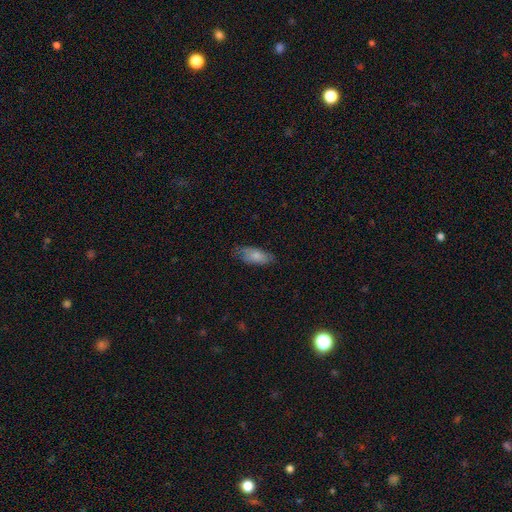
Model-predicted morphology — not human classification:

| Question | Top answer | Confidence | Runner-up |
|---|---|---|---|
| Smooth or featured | smooth | 77% | featured or disk (16%) |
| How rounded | in between | 87% | cigar-shaped (11%) |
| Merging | none | 64% | minor disturbance (28%) |